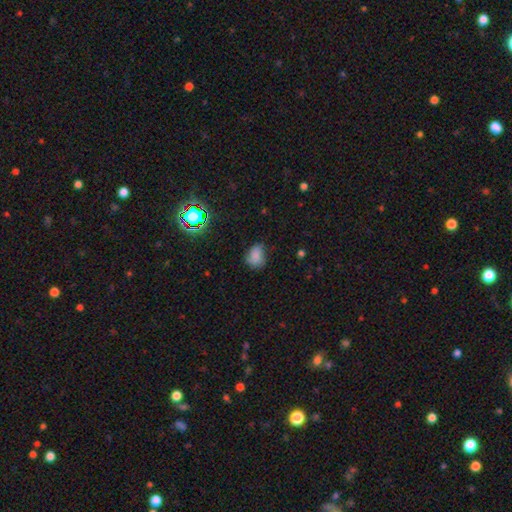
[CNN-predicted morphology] The model was most divided on "how rounded": in between: 61%, round: 38%, cigar-shaped: 1%. More confident: smooth or featured — smooth (75%); merging — none (57%).